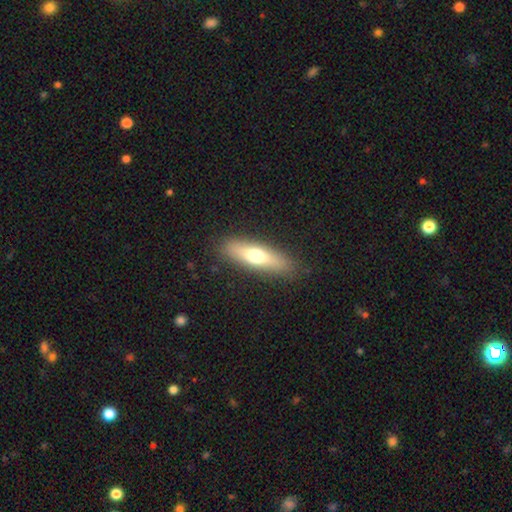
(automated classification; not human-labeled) Smooth or featured?
  - smooth: 59% *
  - featured or disk: 33%
  - star or artifact: 7%
How rounded?
  - cigar-shaped: 61% *
  - in between: 37%
  - round: 3%
Merging?
  - none: 88% *
  - minor disturbance: 8%
  - major disturbance: 3%
  - merger: 1%